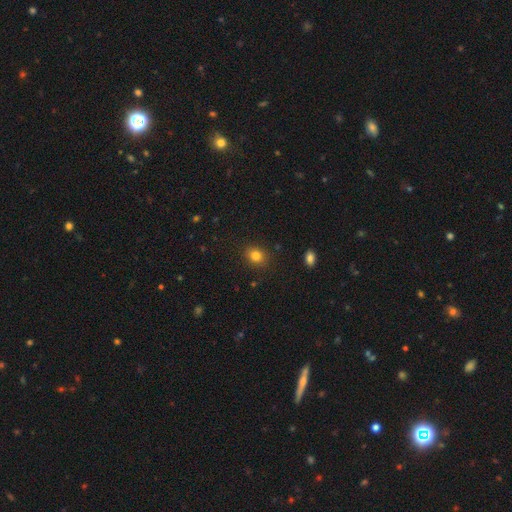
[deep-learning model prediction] Overall: smooth (82%). How rounded: round (62%; in between 37%). Merging: none (88%).